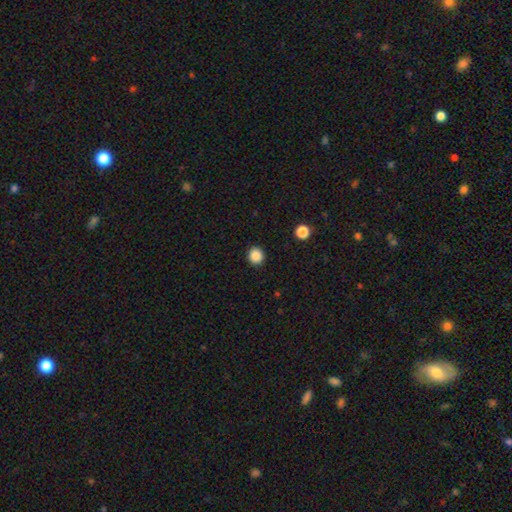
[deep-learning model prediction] Smooth or featured? smooth (87%)
How rounded? round (90%)
Merging? none (92%)